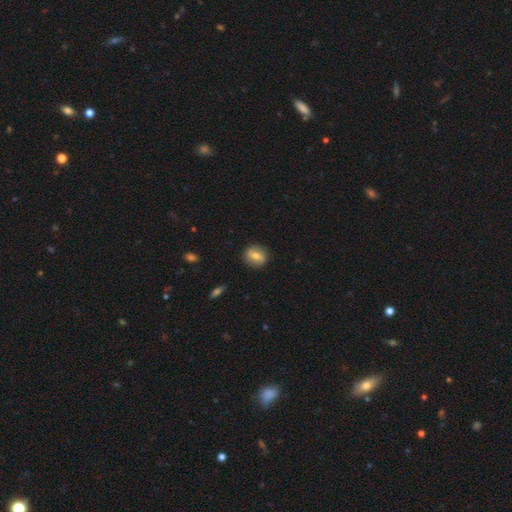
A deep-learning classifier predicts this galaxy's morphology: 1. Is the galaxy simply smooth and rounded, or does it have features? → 59% smooth, 33% featured or disk, 8% star or artifact.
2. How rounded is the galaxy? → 71% round, 27% in between, 2% cigar-shaped.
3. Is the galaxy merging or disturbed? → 87% none, 9% minor disturbance, 2% major disturbance, 1% merger.